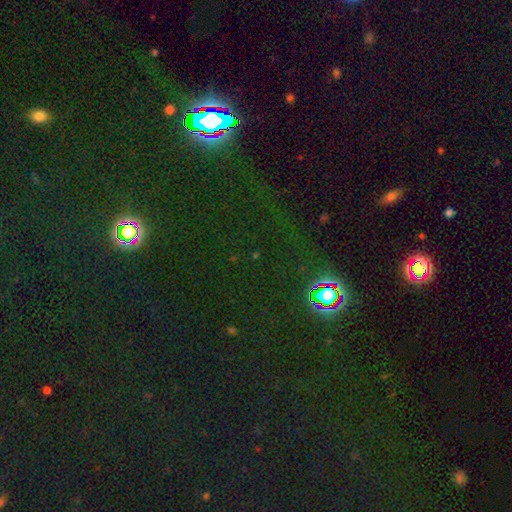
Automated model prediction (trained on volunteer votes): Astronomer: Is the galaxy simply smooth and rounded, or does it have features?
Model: star or artifact — 78%.